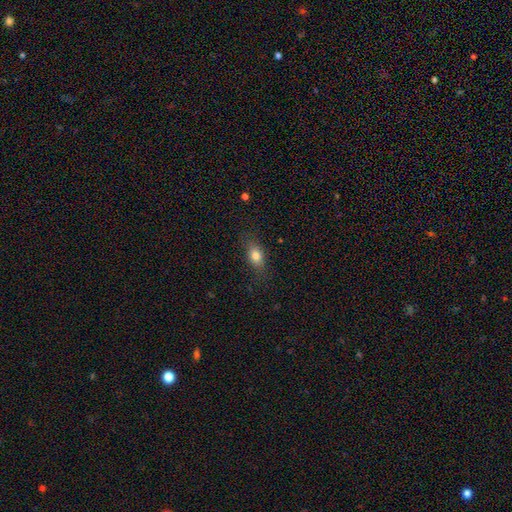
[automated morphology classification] Smooth or featured? smooth (79%)
How rounded? in between (78%)
Merging? none (80%)